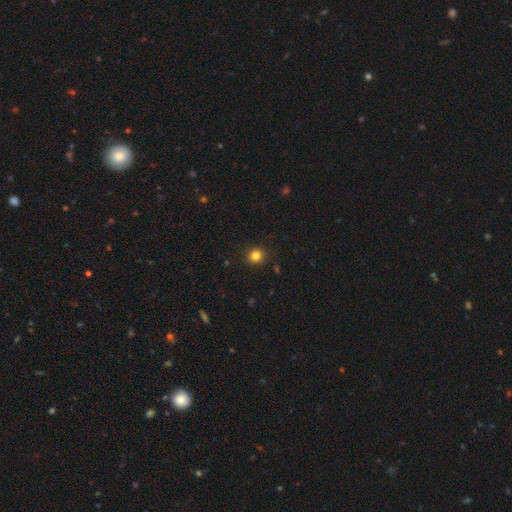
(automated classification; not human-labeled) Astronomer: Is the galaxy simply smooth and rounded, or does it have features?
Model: smooth — 83%.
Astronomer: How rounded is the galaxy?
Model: round — 85%.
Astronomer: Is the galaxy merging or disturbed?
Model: none — 90%.